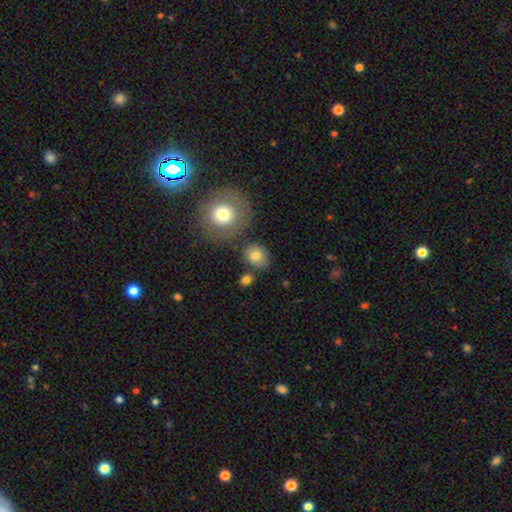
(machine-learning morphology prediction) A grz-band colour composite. It shows a smooth galaxy with no disk features (78%) that is round (70%). Merging: none (76%).